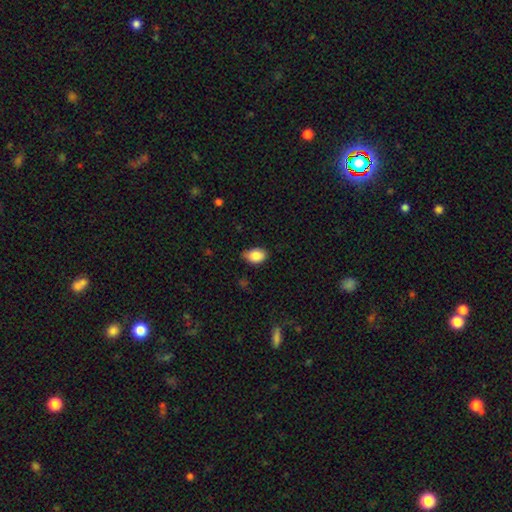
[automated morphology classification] Overall: smooth (86%). How rounded: in between (83%). Merging: none (67%; minor disturbance 28%).